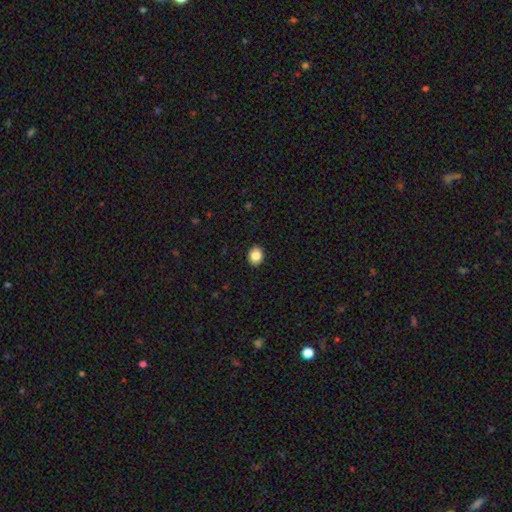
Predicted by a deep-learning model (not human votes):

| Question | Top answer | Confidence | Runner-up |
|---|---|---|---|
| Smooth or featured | smooth | 86% | star or artifact (9%) |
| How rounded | round | 60% | in between (39%) |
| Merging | none | 92% | minor disturbance (6%) |